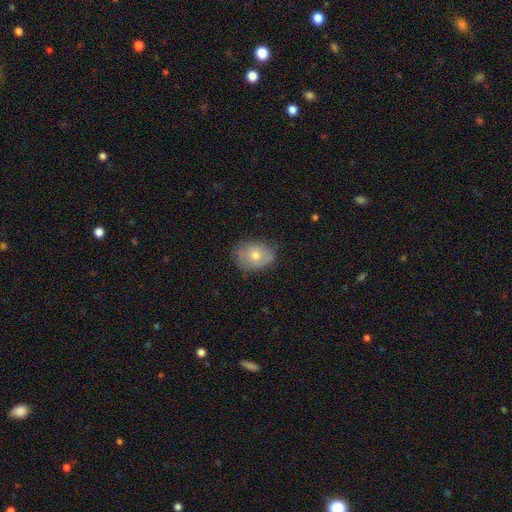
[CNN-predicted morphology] Q: Smooth or featured?
A: smooth (67%); runner-up: featured or disk (24%)
Q: How rounded?
A: in between (60%); runner-up: round (39%)
Q: Merging?
A: none (72%); runner-up: minor disturbance (22%)